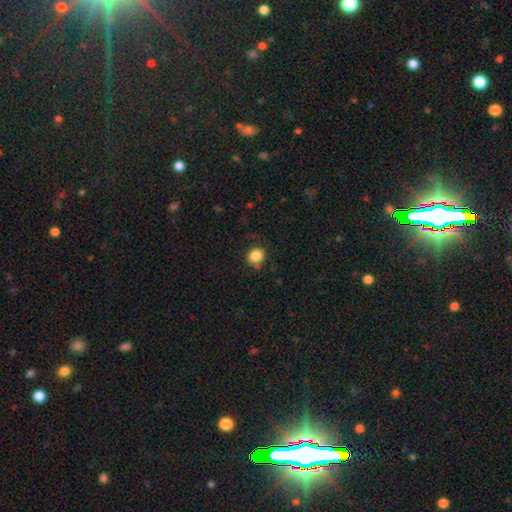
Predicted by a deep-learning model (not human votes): smooth-or-featured: smooth: 85% | star or artifact: 10% | featured or disk: 4%
  how-rounded: round: 84% | in between: 15% | cigar-shaped: 1%
  merging: none: 79% | minor disturbance: 15% | major disturbance: 4% | merger: 2%